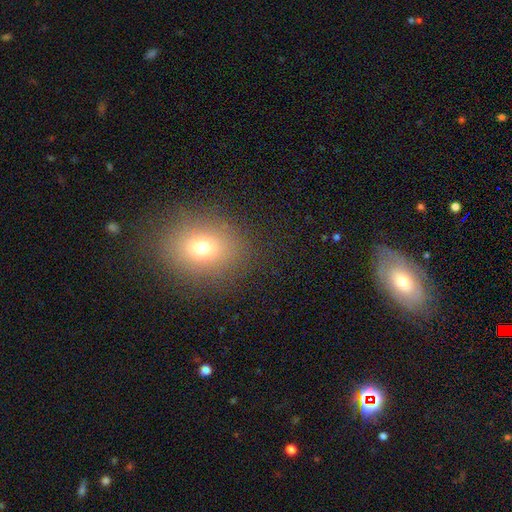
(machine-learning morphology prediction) Overall: smooth (67%). How rounded: in between (55%; round 43%). Merging: none (86%).